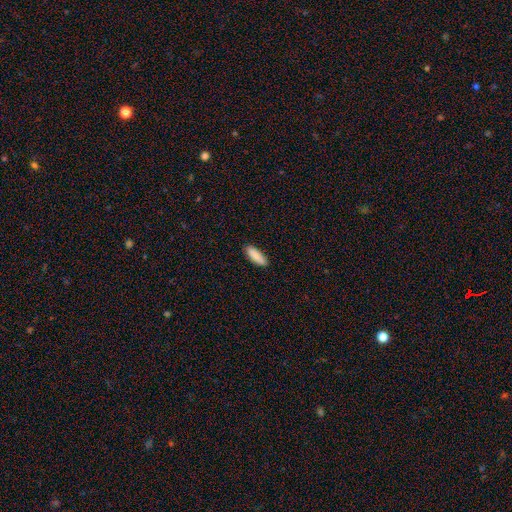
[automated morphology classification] A smooth galaxy with no disk features (89%) that is in between round and cigar-shaped (60%). Merging: none (90%).